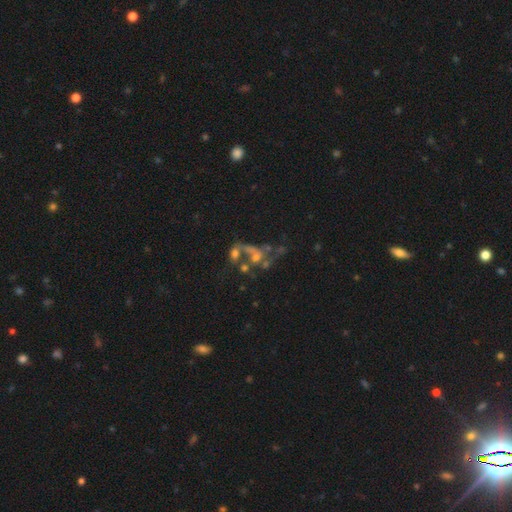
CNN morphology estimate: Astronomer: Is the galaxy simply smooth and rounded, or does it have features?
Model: featured or disk — 57%.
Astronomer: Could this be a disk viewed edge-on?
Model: no — 96%.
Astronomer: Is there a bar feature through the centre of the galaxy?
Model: no — 84%.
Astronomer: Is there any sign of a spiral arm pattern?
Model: no — 71%.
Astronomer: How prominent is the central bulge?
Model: none — 46% (runner-up: small, 28%).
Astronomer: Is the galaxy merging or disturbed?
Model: merger — 42% (runner-up: major disturbance, 29%).